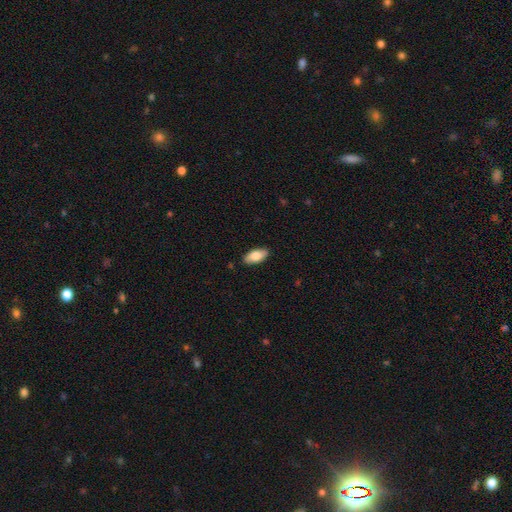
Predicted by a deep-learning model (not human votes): A smooth galaxy with no disk features (80%) that is in between round and cigar-shaped (92%).

Vote fractions:
- Smooth or featured? smooth: 80% / featured or disk: 14% / star or artifact: 6%
- How rounded? in between: 92% / cigar-shaped: 6% / round: 3%
- Merging? none: 87% / minor disturbance: 10% / major disturbance: 2% / merger: 1%